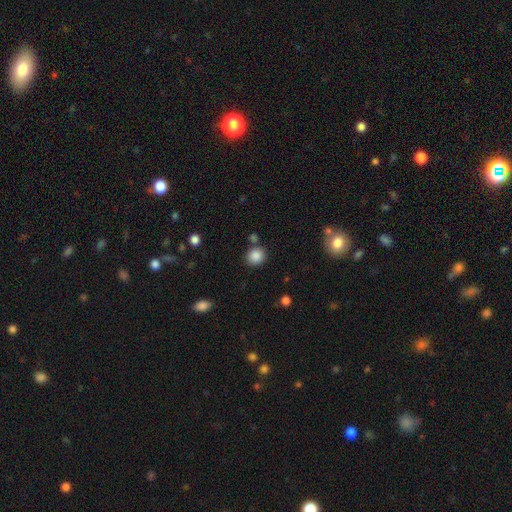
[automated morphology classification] Smooth or featured?
  - smooth: 87% *
  - star or artifact: 9%
  - featured or disk: 4%
How rounded?
  - round: 78% *
  - in between: 21%
  - cigar-shaped: 1%
Merging?
  - none: 78% *
  - minor disturbance: 11%
  - merger: 8%
  - major disturbance: 3%